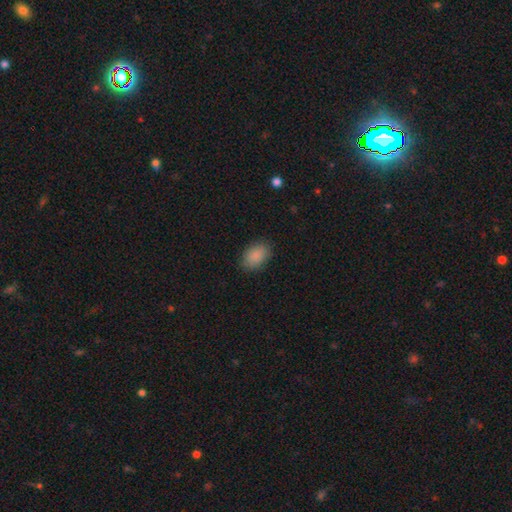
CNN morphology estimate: This is clearly a smooth galaxy (89%). How rounded: clearly in between (87%). Merging: clearly none (86%).